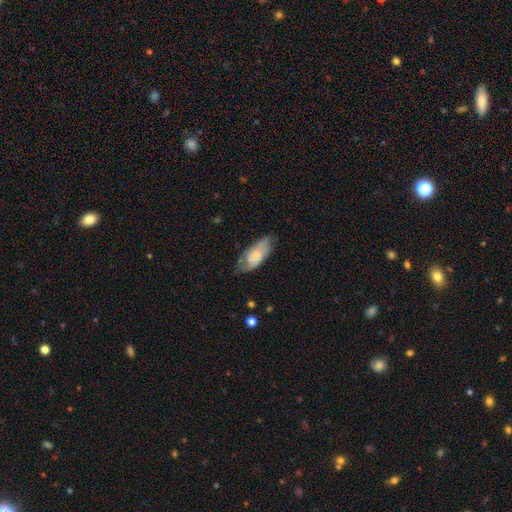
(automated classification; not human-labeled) smooth-or-featured: smooth: 59% | featured or disk: 35% | star or artifact: 6%
  how-rounded: in between: 87% | cigar-shaped: 11% | round: 2%
  merging: none: 56% | minor disturbance: 31% | major disturbance: 11% | merger: 2%